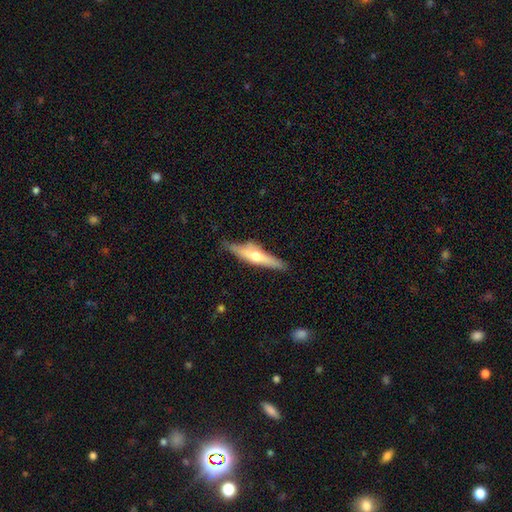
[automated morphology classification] A featured or disk galaxy (56%) viewed edge-on (90%) with a rounded central bulge (90%).

Vote fractions:
- Smooth or featured? featured or disk: 56% / smooth: 37% / star or artifact: 6%
- Edge-on disk? yes: 90% / no: 10%
- Edge-on bulge? rounded: 90% / none: 6% / boxy: 5%
- Merging? none: 72% / minor disturbance: 20% / major disturbance: 5% / merger: 3%